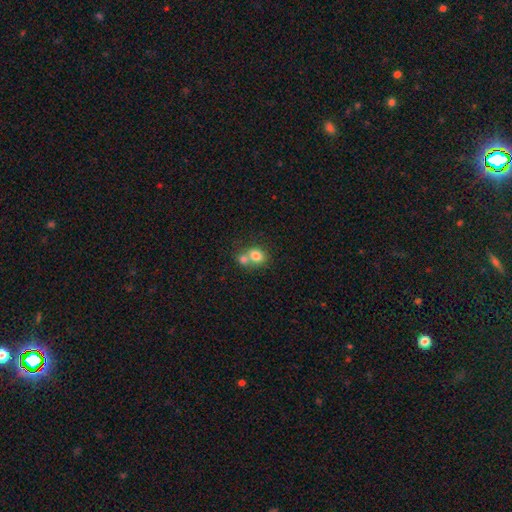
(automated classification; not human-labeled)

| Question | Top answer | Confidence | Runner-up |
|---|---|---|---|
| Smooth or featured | smooth | 78% | featured or disk (12%) |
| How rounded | round | 64% | in between (35%) |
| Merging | merger | 55% | none (35%) |